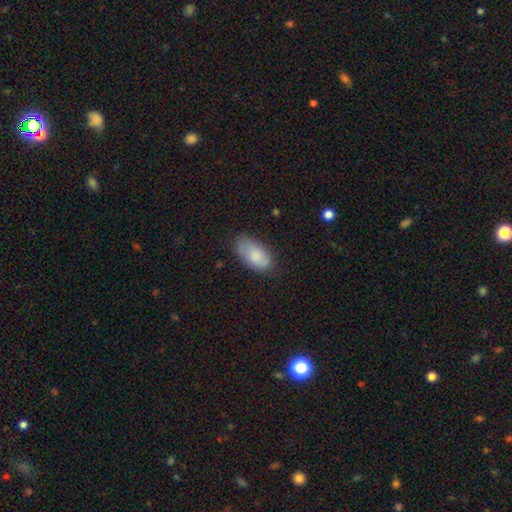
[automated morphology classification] Overall: smooth (81%). How rounded: in between (94%). Merging: none (73%).